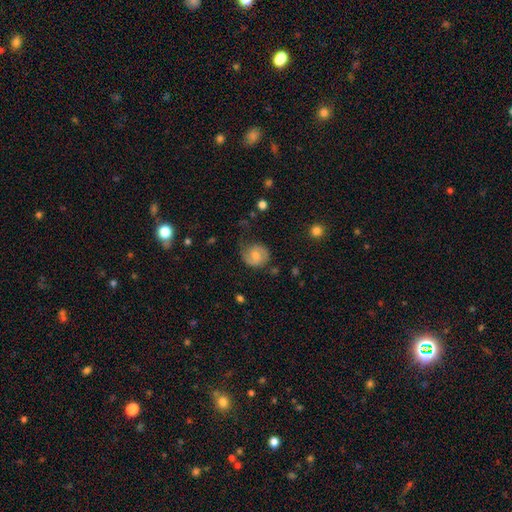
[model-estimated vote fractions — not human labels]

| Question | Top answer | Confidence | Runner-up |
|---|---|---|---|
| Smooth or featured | smooth | 47% | featured or disk (45%) |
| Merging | none | 65% | minor disturbance (24%) |